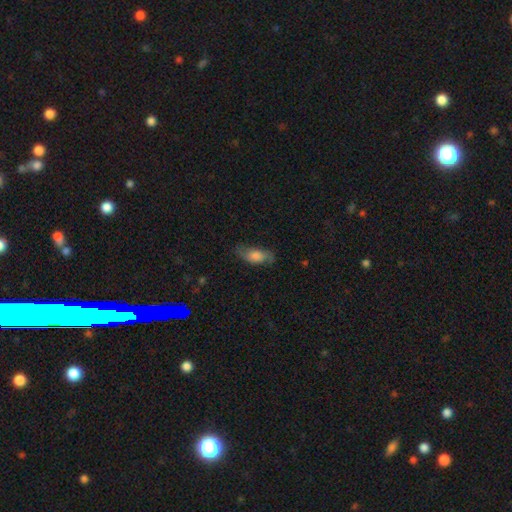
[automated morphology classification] Smooth or featured?
  - smooth: 60% *
  - featured or disk: 32%
  - star or artifact: 8%
How rounded?
  - in between: 80% *
  - cigar-shaped: 15%
  - round: 5%
Merging?
  - none: 68% *
  - minor disturbance: 22%
  - major disturbance: 8%
  - merger: 1%